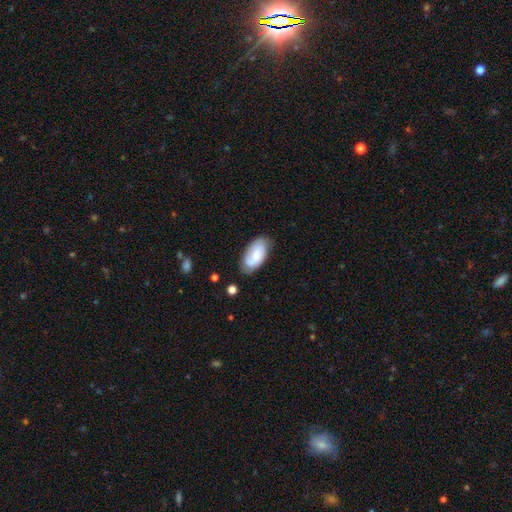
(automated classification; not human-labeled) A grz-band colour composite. It shows a smooth galaxy with no disk features (62%) that is in between round and cigar-shaped (94%). Merging: none (73%).